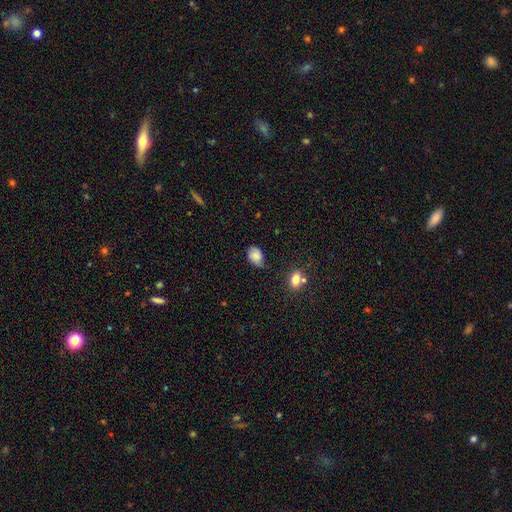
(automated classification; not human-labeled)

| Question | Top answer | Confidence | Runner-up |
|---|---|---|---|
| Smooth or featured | smooth | 78% | featured or disk (12%) |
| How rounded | in between | 81% | round (17%) |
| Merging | none | 63% | minor disturbance (29%) |